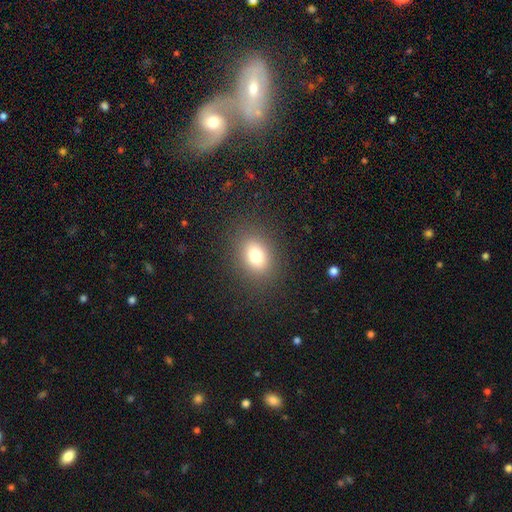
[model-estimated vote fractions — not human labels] Smooth or featured: smooth — 77% (star or artifact — 13%)
How rounded: in between — 61% (round — 38%)
Merging: none — 86% (minor disturbance — 8%)